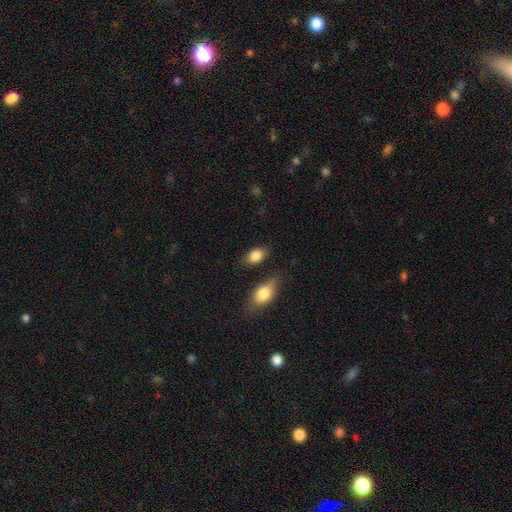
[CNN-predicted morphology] smooth_or_featured: smooth (p=0.83) [alt: featured or disk p=0.09]
how_rounded: in between (p=0.86) [alt: round p=0.11]
merging: none (p=0.75) [alt: minor disturbance p=0.16]